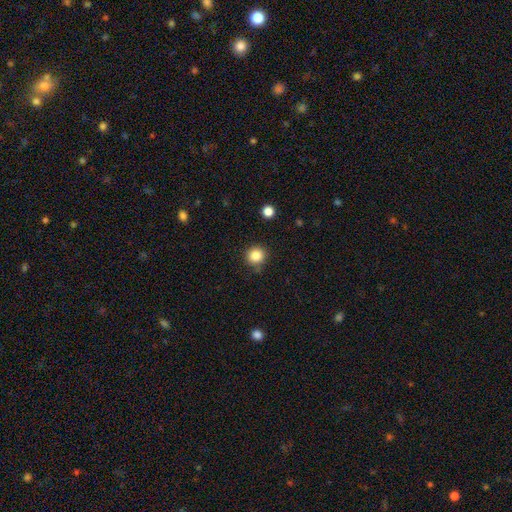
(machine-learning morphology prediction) Q: Smooth or featured?
A: smooth (84%); runner-up: star or artifact (11%)
Q: How rounded?
A: round (93%); runner-up: in between (6%)
Q: Merging?
A: none (85%); runner-up: minor disturbance (10%)